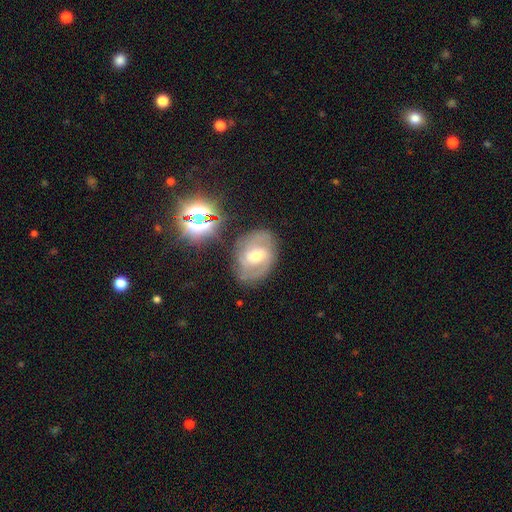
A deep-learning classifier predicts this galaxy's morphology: Q: Smooth or featured?
A: featured or disk (74%); runner-up: smooth (16%)
Q: Edge-on disk?
A: no (96%); runner-up: yes (4%)
Q: Bar?
A: weak (52%); runner-up: no (30%)
Q: Spiral arms?
A: yes (91%); runner-up: no (9%)
Q: Spiral winding?
A: medium (46%); runner-up: tight (41%)
Q: Spiral arm count?
A: 2 (65%); runner-up: can't tell (17%)
Q: Bulge size?
A: moderate (68%); runner-up: small (22%)
Q: Merging?
A: none (75%); runner-up: minor disturbance (16%)